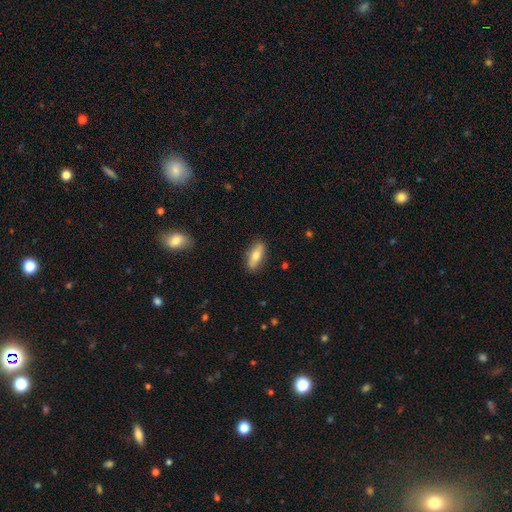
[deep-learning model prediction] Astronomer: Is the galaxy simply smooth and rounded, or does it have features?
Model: smooth — 69%.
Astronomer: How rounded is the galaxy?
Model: in between — 70%.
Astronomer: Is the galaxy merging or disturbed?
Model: none — 86%.